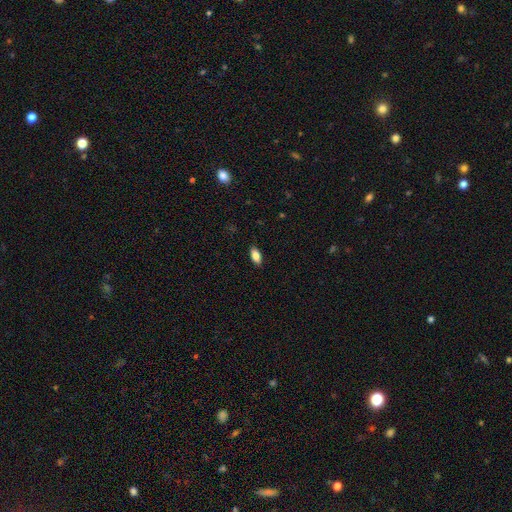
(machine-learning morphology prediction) A smooth galaxy with no disk features (84%) that is in between round and cigar-shaped (88%). Merging: none (89%).